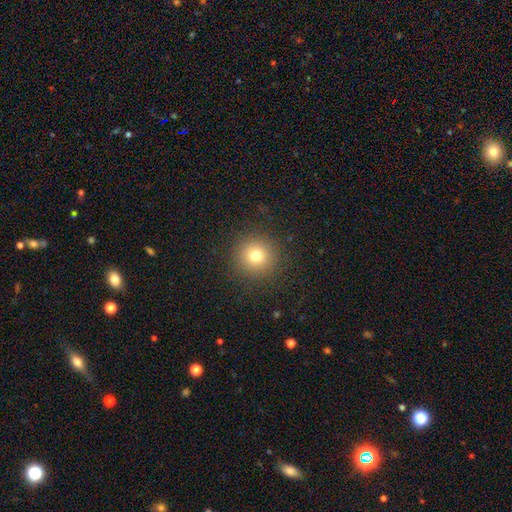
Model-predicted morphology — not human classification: Overall: smooth (76%). How rounded: round (95%). Merging: none (90%).